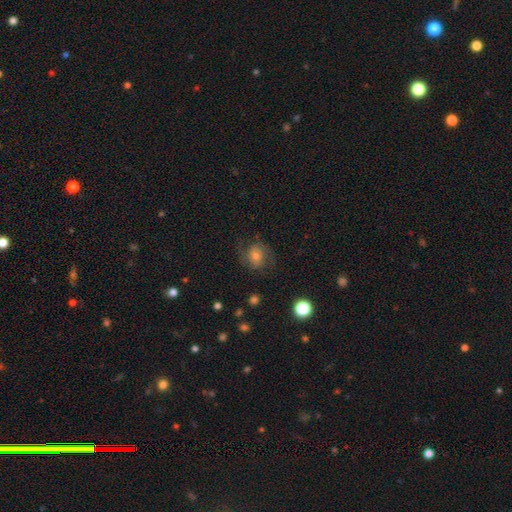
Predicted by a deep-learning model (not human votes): Q: Smooth or featured?
A: featured or disk (55%); runner-up: smooth (31%)
Q: Edge-on disk?
A: no (97%); runner-up: yes (3%)
Q: Bar?
A: no (61%); runner-up: weak (30%)
Q: Spiral arms?
A: yes (88%); runner-up: no (12%)
Q: Bulge size?
A: moderate (50%); runner-up: small (38%)
Q: Merging?
A: none (74%); runner-up: minor disturbance (15%)